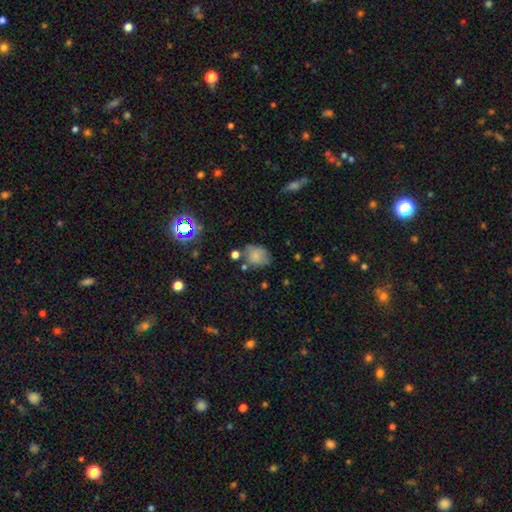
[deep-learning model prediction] A smooth galaxy with no disk features (78%) that is in between round and cigar-shaped (52%).

Vote fractions:
- Smooth or featured? smooth: 78% / star or artifact: 12% / featured or disk: 10%
- How rounded? in between: 52% / round: 46% / cigar-shaped: 1%
- Merging? none: 59% / minor disturbance: 25% / merger: 9% / major disturbance: 7%